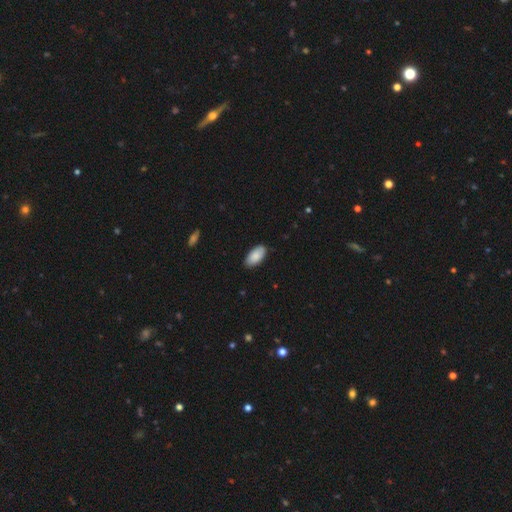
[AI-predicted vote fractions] Overall: smooth (88%). How rounded: in between (95%). Merging: none (87%).